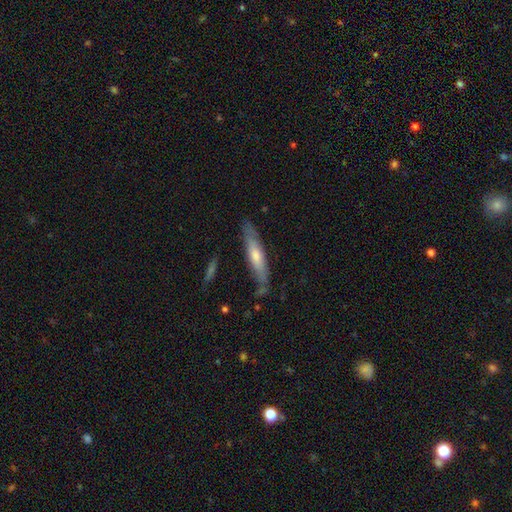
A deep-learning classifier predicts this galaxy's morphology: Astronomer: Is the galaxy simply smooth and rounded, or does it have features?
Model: featured or disk — 48% (runner-up: smooth, 46%).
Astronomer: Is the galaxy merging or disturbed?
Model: none — 78%.